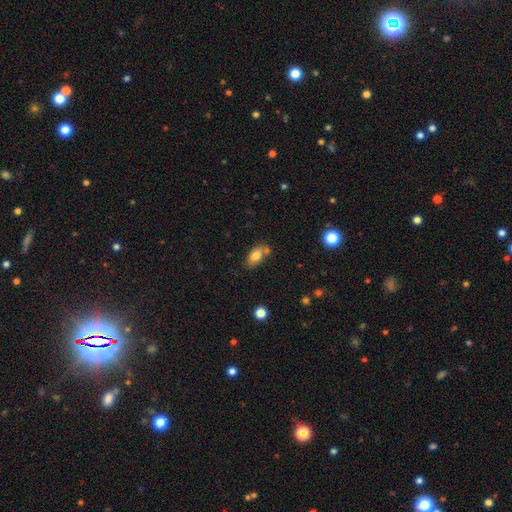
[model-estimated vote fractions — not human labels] Smooth or featured: smooth — 80% (featured or disk — 11%)
How rounded: in between — 89% (round — 8%)
Merging: none — 60% (merger — 18%)